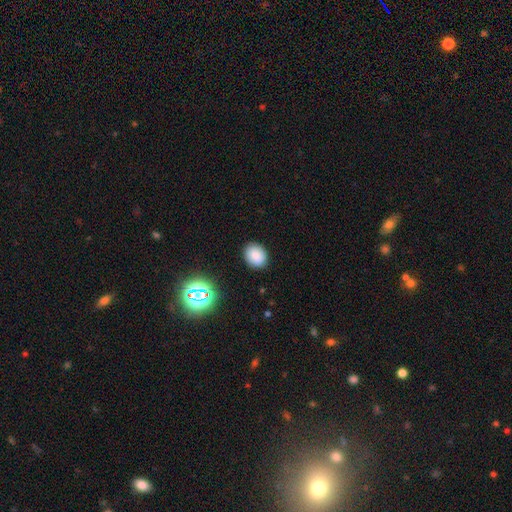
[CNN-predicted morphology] Overall: smooth (82%). How rounded: in between (53%; round 46%). Merging: none (88%).